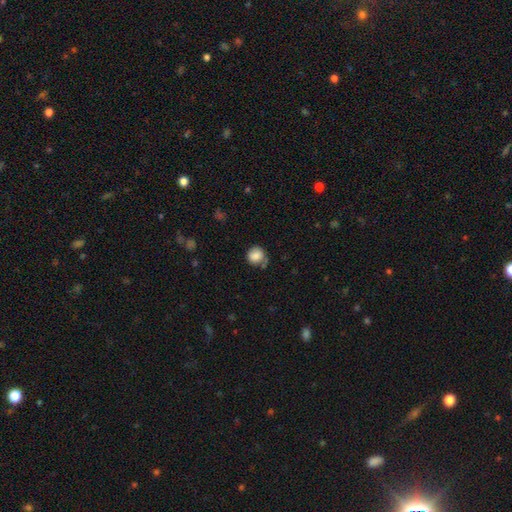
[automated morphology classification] This is clearly a smooth galaxy (83%). How rounded: clearly round (88%). Merging: likely none (64%).